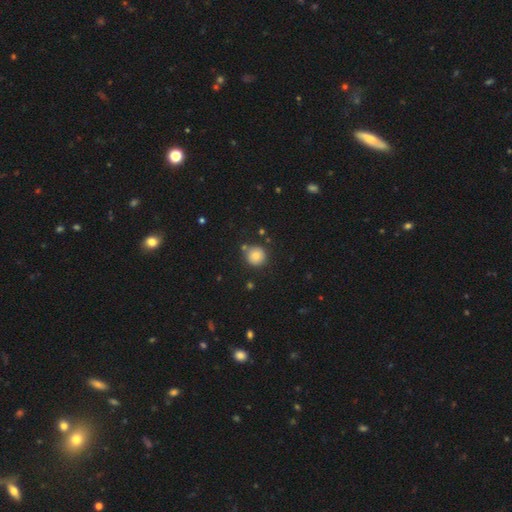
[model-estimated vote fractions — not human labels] A smooth galaxy with no disk features (80%) that is round (93%).

Vote fractions:
- Smooth or featured? smooth: 80% / star or artifact: 11% / featured or disk: 9%
- How rounded? round: 93% / in between: 6% / cigar-shaped: 1%
- Merging? none: 81% / minor disturbance: 10% / merger: 6% / major disturbance: 3%